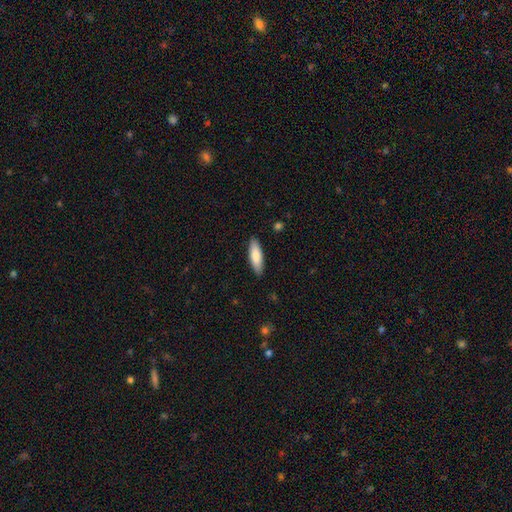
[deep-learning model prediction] smooth_or_featured: smooth (p=0.83) [alt: featured or disk p=0.11]
how_rounded: in between (p=0.50) [alt: cigar-shaped p=0.49]
merging: none (p=0.89) [alt: minor disturbance p=0.09]